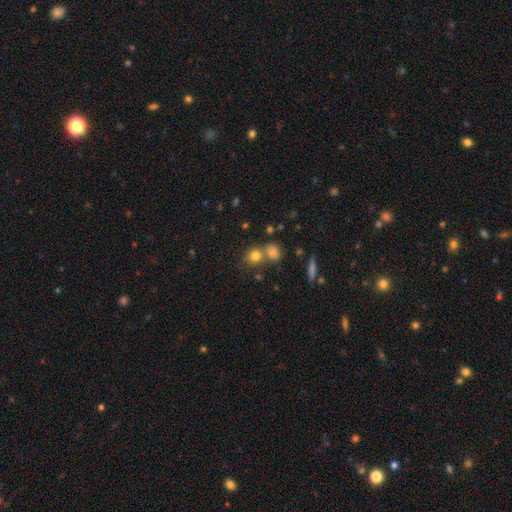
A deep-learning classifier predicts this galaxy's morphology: A smooth galaxy with no disk features (79%) that is round (80%). Merging: none (55%).